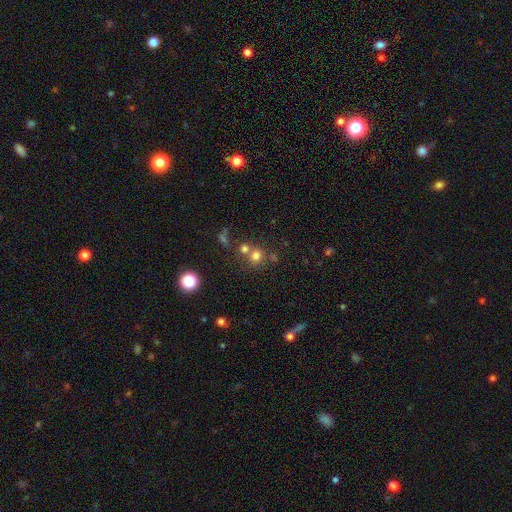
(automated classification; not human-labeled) Smooth or featured?
  - smooth: 71% *
  - star or artifact: 18%
  - featured or disk: 11%
How rounded?
  - round: 86% *
  - in between: 13%
  - cigar-shaped: 1%
Merging?
  - none: 53% *
  - merger: 36%
  - minor disturbance: 7%
  - major disturbance: 4%